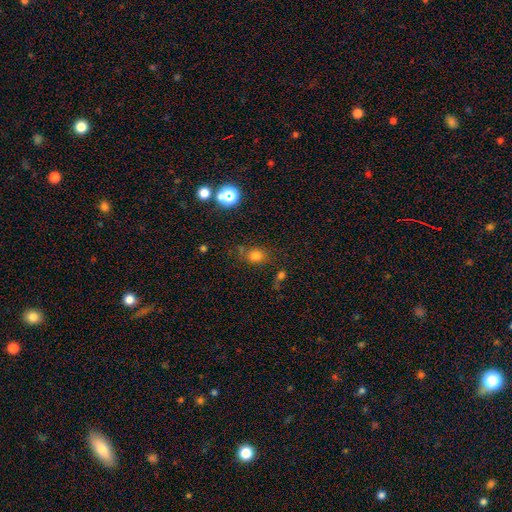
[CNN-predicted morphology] type=smooth (74%); roundness=round (58%); merging=none (67%).